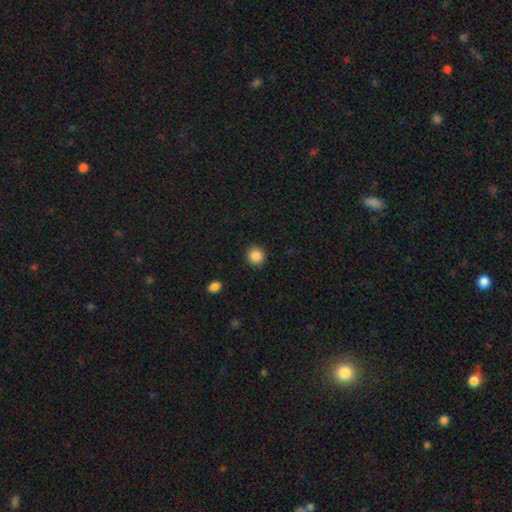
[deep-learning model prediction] smooth_or_featured: smooth (p=0.87) [alt: star or artifact p=0.10]
how_rounded: round (p=0.90) [alt: in between p=0.09]
merging: none (p=0.90) [alt: minor disturbance p=0.07]